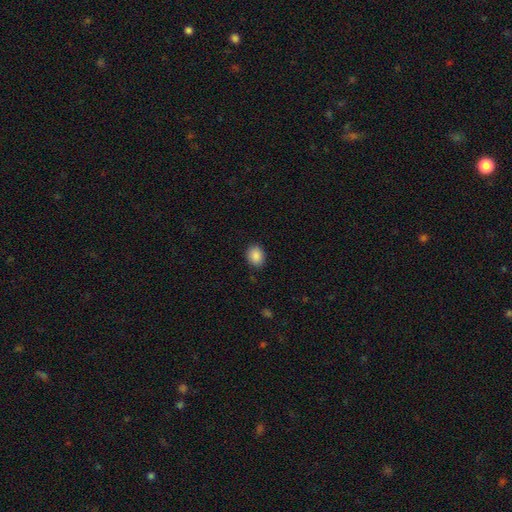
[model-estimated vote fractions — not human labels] Q: Smooth or featured?
A: smooth (88%); runner-up: star or artifact (8%)
Q: How rounded?
A: round (53%); runner-up: in between (46%)
Q: Merging?
A: none (88%); runner-up: minor disturbance (9%)